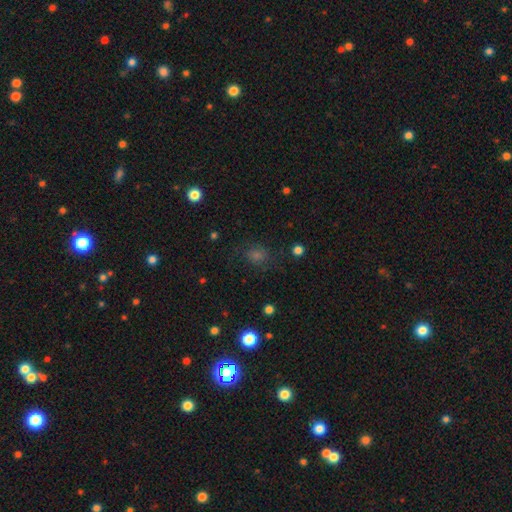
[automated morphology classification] Overall: smooth (55%; star or artifact 34%). How rounded: round (65%; in between 33%). Merging: none (77%).